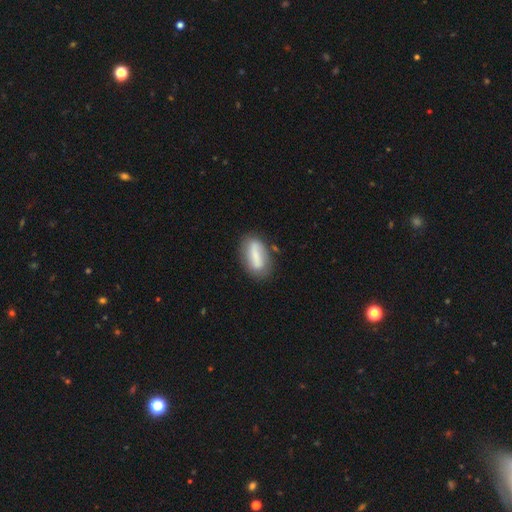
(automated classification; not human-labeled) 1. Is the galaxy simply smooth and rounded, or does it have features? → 61% smooth, 32% featured or disk, 7% star or artifact.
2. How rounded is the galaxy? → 79% in between, 17% cigar-shaped, 5% round.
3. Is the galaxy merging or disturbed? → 70% none, 19% minor disturbance, 6% major disturbance, 5% merger.